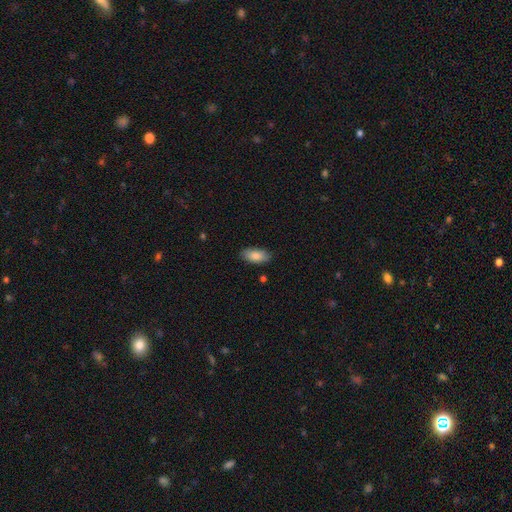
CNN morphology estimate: The model was most divided on "merging": none: 84%, minor disturbance: 12%, major disturbance: 2%, merger: 1%. More confident: how rounded — in between (91%); smooth or featured — smooth (85%).